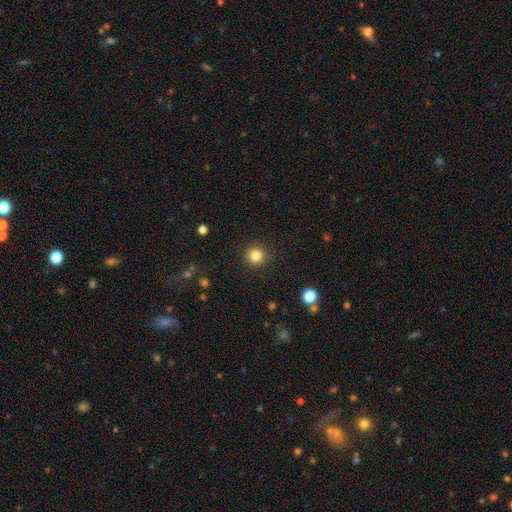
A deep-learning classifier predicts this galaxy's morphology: smooth 83%, star or artifact 12%, featured or disk 5%. Down the decision tree: how rounded — round (95%); merging — none (91%).